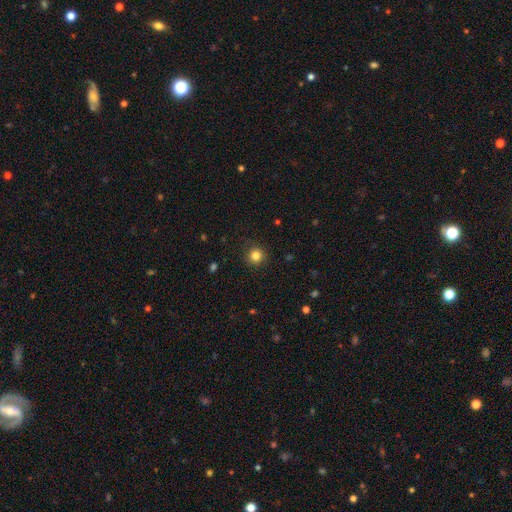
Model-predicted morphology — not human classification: smooth 83%, star or artifact 12%, featured or disk 5%. Down the decision tree: how rounded — round (95%); merging — none (91%).